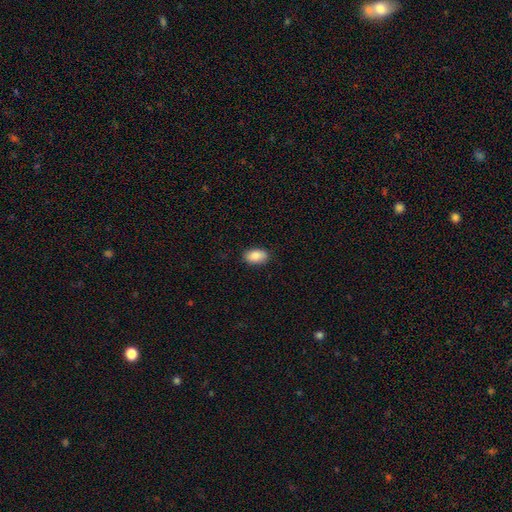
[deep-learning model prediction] smooth_or_featured: smooth (p=0.87) [alt: star or artifact p=0.07]
how_rounded: in between (p=0.92) [alt: round p=0.06]
merging: none (p=0.87) [alt: minor disturbance p=0.10]